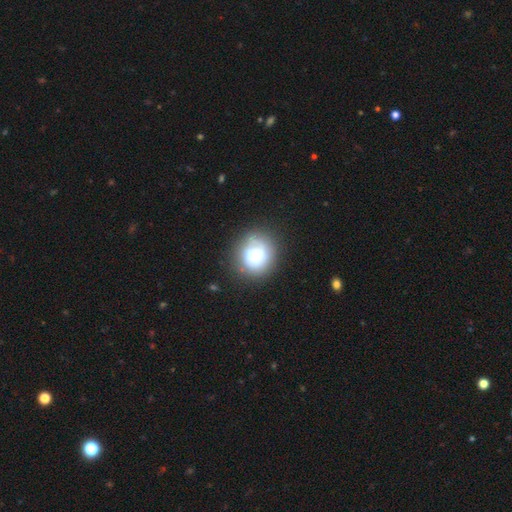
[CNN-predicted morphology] This appears to be a smooth galaxy with no disk features (65%) that is round (82%). Merging: none (70%).